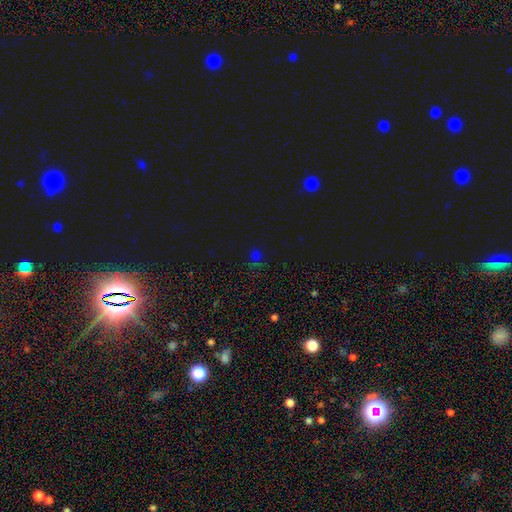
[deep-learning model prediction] Q: Smooth or featured?
A: star or artifact (55%); runner-up: smooth (38%)